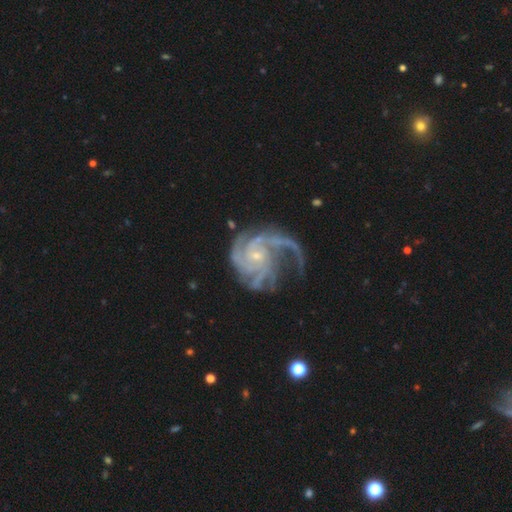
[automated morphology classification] type=featured or disk (91%); edge-on=no (98%); bar=no (68%); spiral arms=yes (98%); winding=tight (46%); arm count=4 (30%); bulge=small (80%); merging=none (53%).